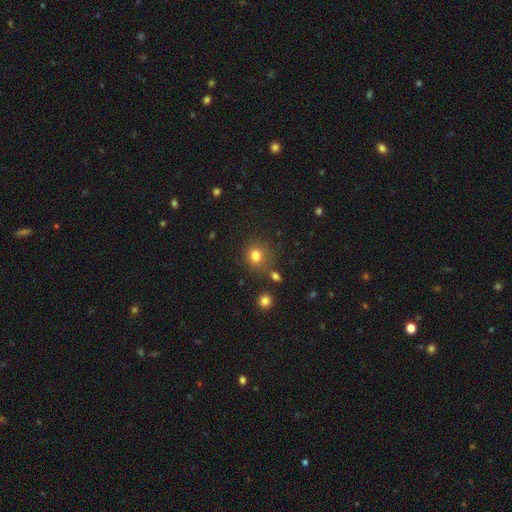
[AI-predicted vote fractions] This appears to be a smooth galaxy with no disk features (80%) that is round (81%). Merging: none (75%).